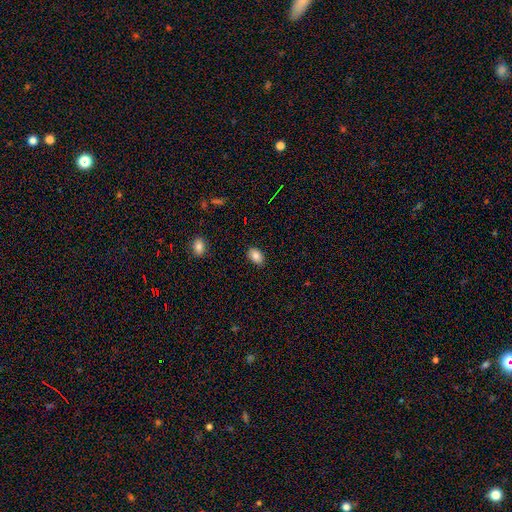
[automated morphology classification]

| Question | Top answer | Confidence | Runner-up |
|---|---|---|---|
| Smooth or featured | smooth | 84% | star or artifact (8%) |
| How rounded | in between | 85% | round (13%) |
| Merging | none | 86% | minor disturbance (10%) |